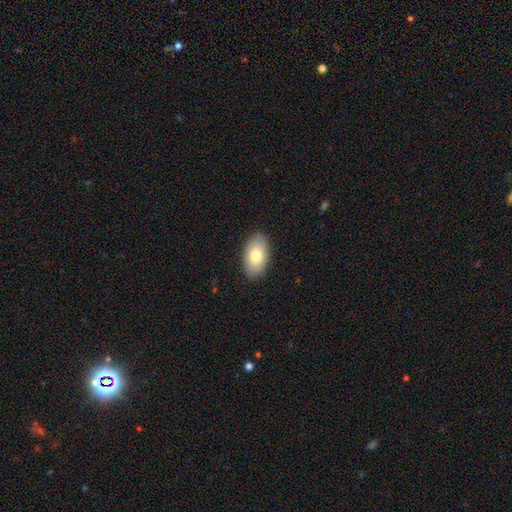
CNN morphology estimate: Smooth or featured? smooth (78%)
How rounded? in between (94%)
Merging? none (87%)